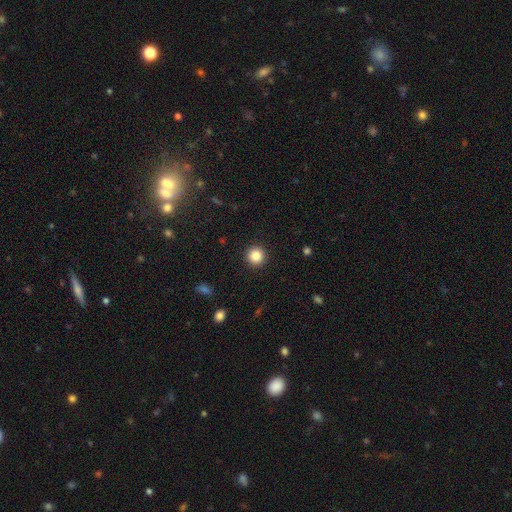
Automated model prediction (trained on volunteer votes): A smooth galaxy with no disk features (85%) that is round (95%).

Vote fractions:
- Smooth or featured? smooth: 85% / star or artifact: 10% / featured or disk: 4%
- How rounded? round: 95% / in between: 4% / cigar-shaped: 1%
- Merging? none: 93% / minor disturbance: 5% / major disturbance: 2% / merger: 1%